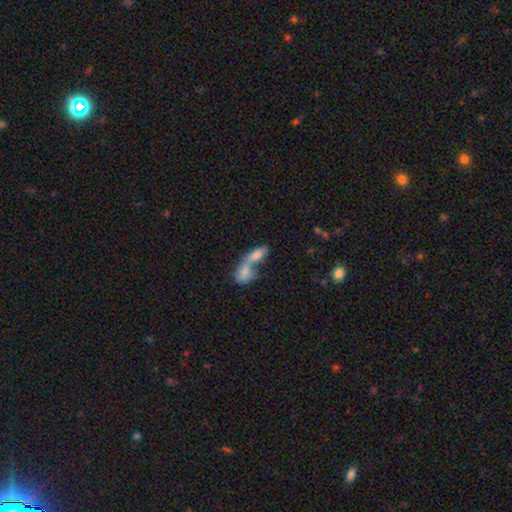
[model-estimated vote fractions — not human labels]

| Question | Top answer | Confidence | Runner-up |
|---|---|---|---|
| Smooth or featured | smooth | 70% | featured or disk (20%) |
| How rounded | in between | 75% | cigar-shaped (16%) |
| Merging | merger | 78% | none (13%) |